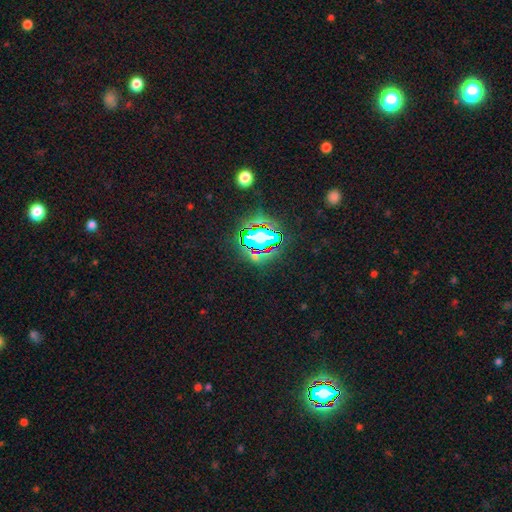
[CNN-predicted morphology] This is likely a star or artifact rather than a galaxy (78%).